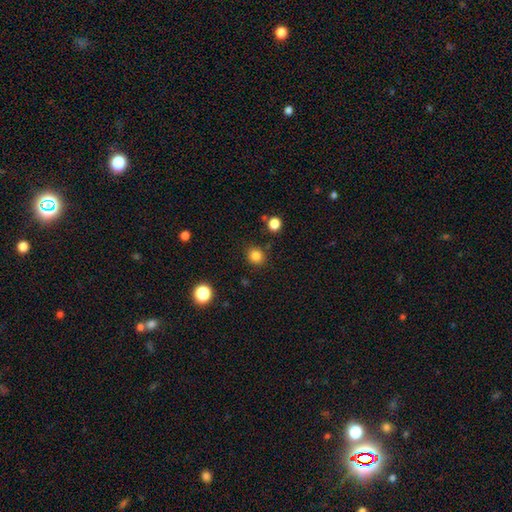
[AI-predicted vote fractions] Q: Smooth or featured?
A: smooth (83%); runner-up: star or artifact (13%)
Q: How rounded?
A: round (87%); runner-up: in between (12%)
Q: Merging?
A: none (86%); runner-up: minor disturbance (8%)